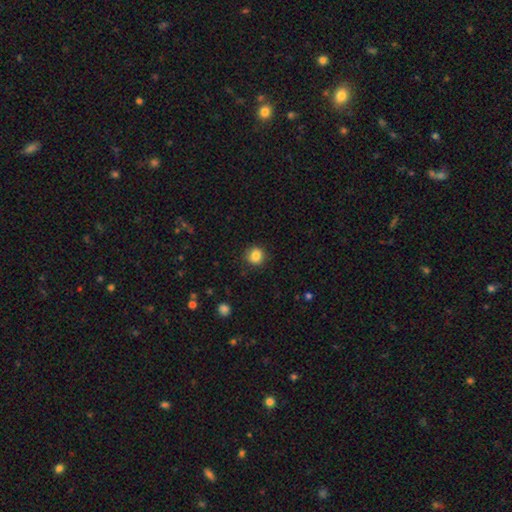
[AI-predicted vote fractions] Smooth or featured: smooth — 86% (star or artifact — 10%)
How rounded: round — 89% (in between — 10%)
Merging: none — 88% (minor disturbance — 9%)